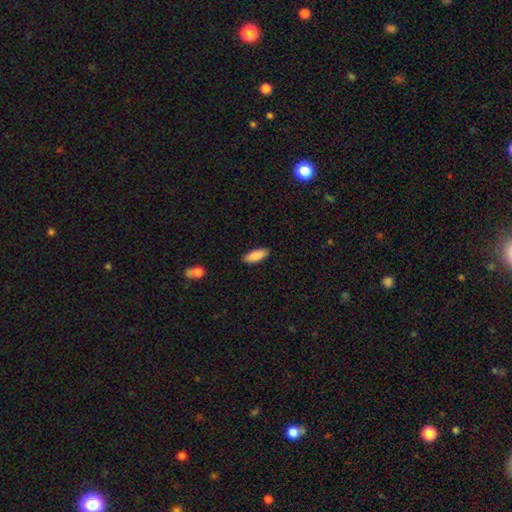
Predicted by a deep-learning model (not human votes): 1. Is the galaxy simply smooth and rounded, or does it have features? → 87% smooth, 6% featured or disk, 6% star or artifact.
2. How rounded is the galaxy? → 73% in between, 25% cigar-shaped, 2% round.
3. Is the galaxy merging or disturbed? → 87% none, 10% minor disturbance, 2% major disturbance, 1% merger.